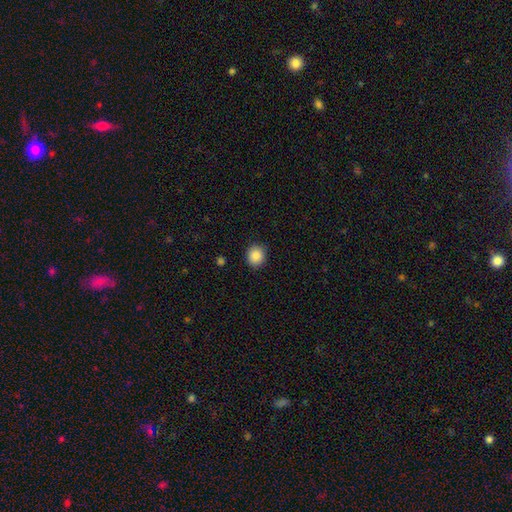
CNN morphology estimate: A smooth galaxy with no disk features (88%) that is round (78%). Merging: none (89%).